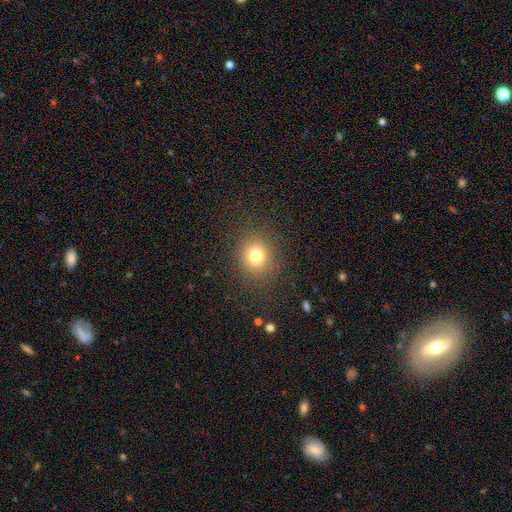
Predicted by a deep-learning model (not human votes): This is likely a smooth galaxy (75%). How rounded: likely round (77%). Merging: clearly none (86%).